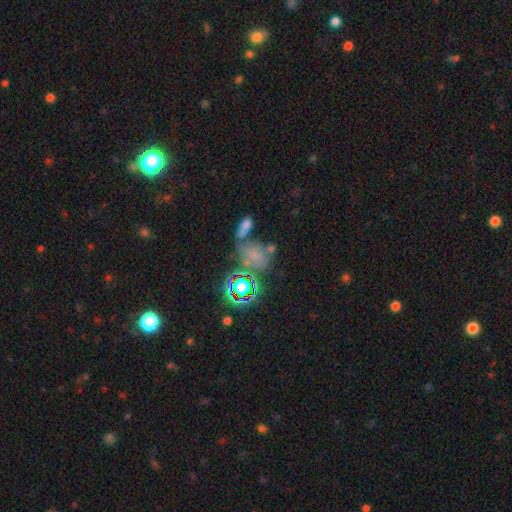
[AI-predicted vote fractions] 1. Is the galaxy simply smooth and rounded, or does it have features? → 51% smooth, 30% star or artifact, 19% featured or disk.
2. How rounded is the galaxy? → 62% in between, 34% round, 3% cigar-shaped.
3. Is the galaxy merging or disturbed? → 37% merger, 34% none, 16% minor disturbance, 13% major disturbance.